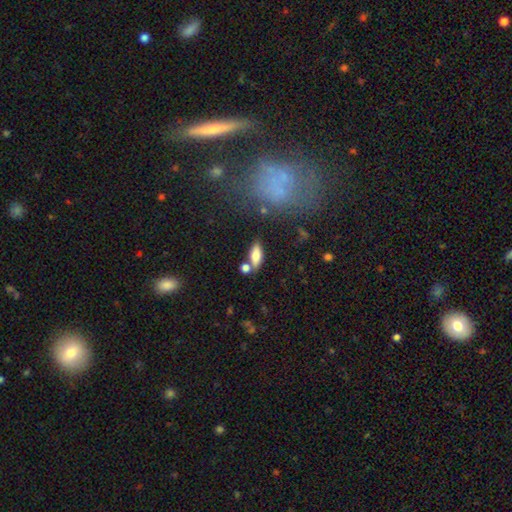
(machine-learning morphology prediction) Smooth or featured? Predicted: smooth (p=0.78). How rounded? Predicted: in between (p=0.76). Merging? Predicted: none (p=0.64).